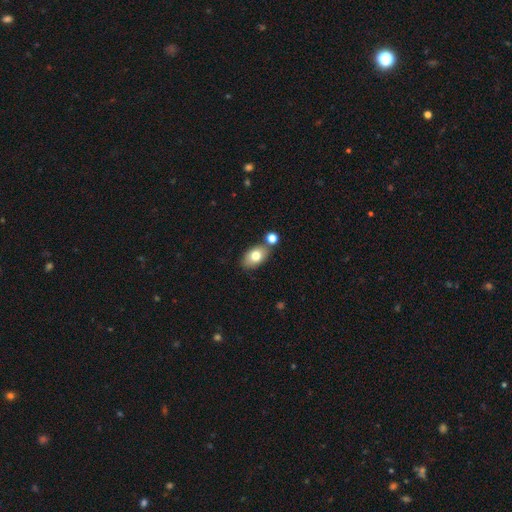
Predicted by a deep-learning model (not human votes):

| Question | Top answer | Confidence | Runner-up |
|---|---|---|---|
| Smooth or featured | smooth | 76% | featured or disk (15%) |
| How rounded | in between | 87% | round (12%) |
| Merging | none | 69% | merger (16%) |